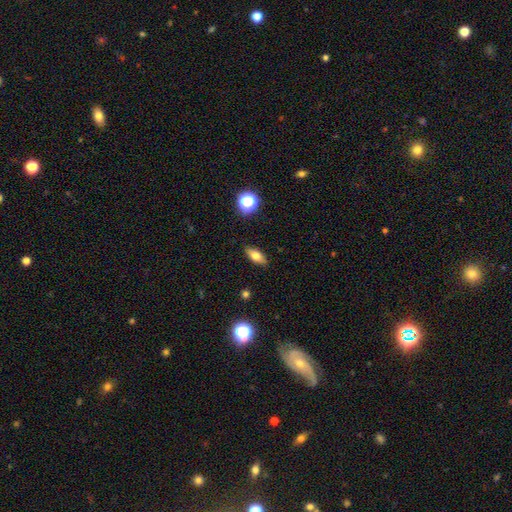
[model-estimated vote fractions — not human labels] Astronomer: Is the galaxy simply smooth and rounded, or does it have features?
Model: smooth — 72%.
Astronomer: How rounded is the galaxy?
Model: in between — 77%.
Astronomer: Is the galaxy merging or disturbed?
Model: none — 88%.